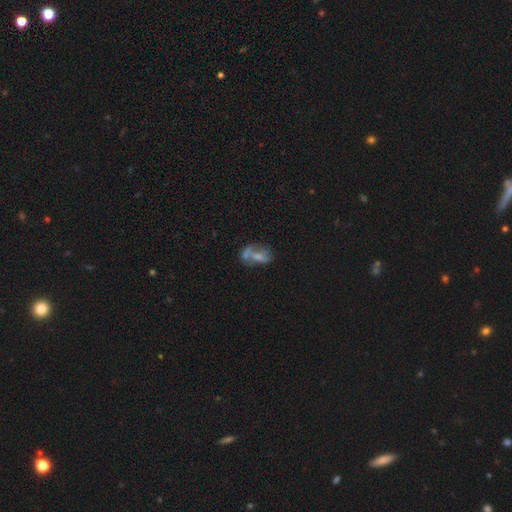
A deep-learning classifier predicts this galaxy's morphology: type=smooth (44%); merging=merger (39%).